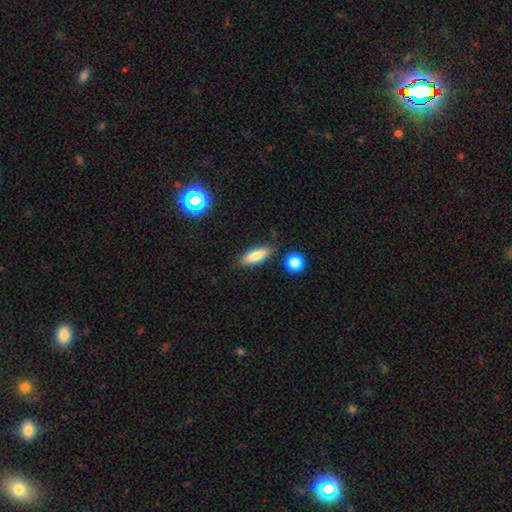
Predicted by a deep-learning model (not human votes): smooth-or-featured: smooth: 79% | featured or disk: 14% | star or artifact: 8%
  how-rounded: in between: 61% | cigar-shaped: 36% | round: 3%
  merging: none: 80% | minor disturbance: 13% | merger: 4% | major disturbance: 3%